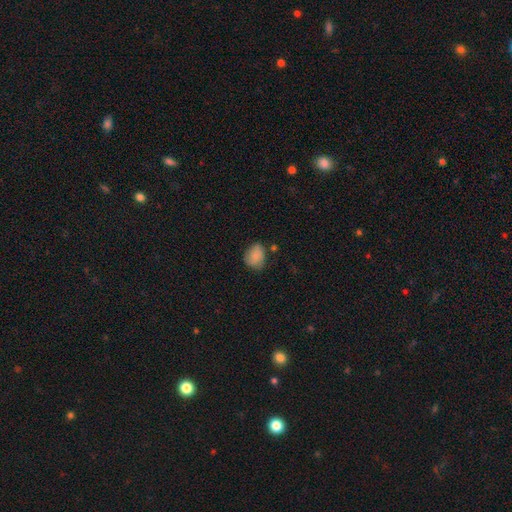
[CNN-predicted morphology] This appears to be a smooth galaxy with no disk features (82%) that is in between round and cigar-shaped (53%). Merging: none (59%).